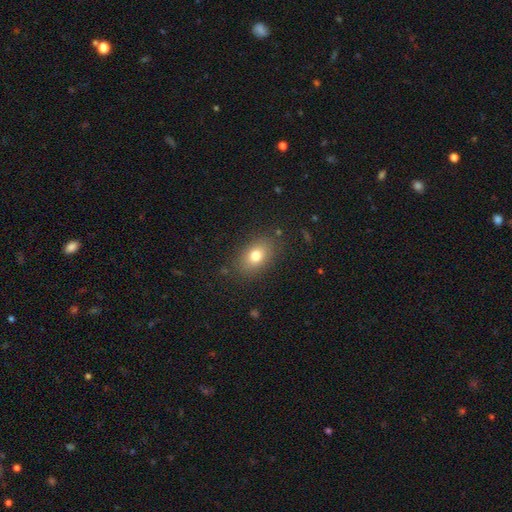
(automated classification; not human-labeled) smooth-or-featured: smooth: 77% | featured or disk: 12% | star or artifact: 11%
  how-rounded: in between: 78% | round: 21% | cigar-shaped: 2%
  merging: none: 84% | minor disturbance: 11% | major disturbance: 4% | merger: 1%